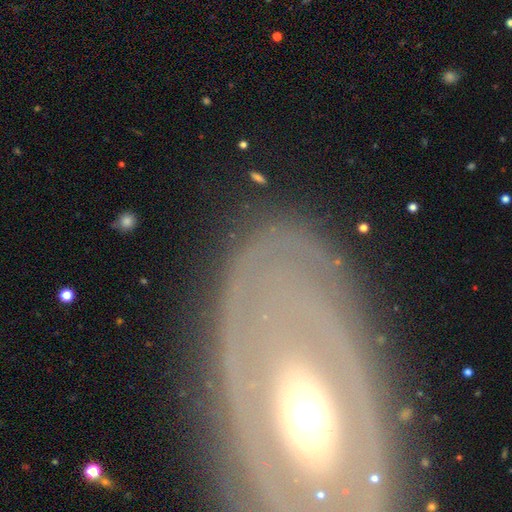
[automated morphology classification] This is likely a featured or disk galaxy (60%). It is likely not viewed edge-on (76%). Merging: likely none (74%).